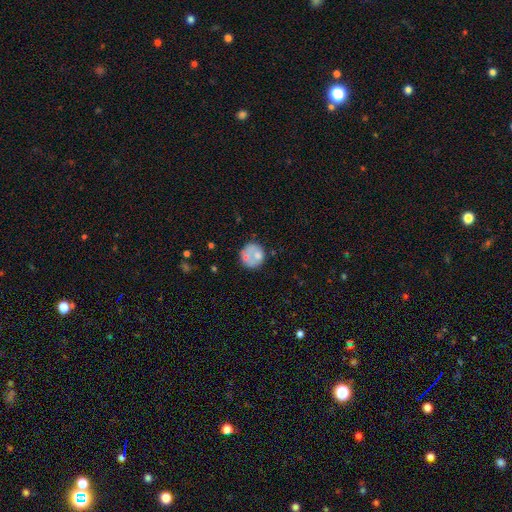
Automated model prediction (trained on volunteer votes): Morphology: type=smooth (59%); roundness=round (82%); merging=none (51%).